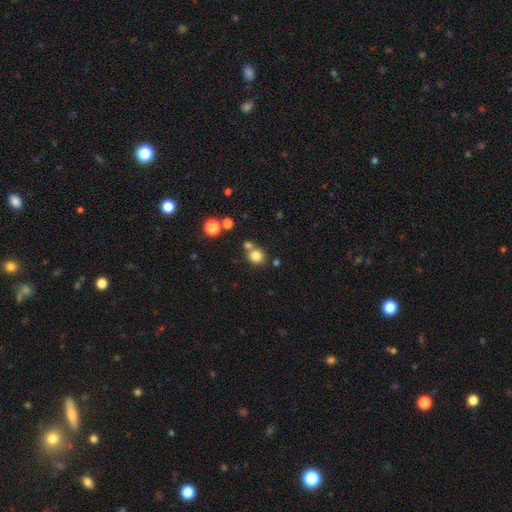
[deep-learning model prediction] A smooth galaxy with no disk features (80%) that is round (80%).

Vote fractions:
- Smooth or featured? smooth: 80% / star or artifact: 12% / featured or disk: 8%
- How rounded? round: 80% / in between: 19% / cigar-shaped: 1%
- Merging? none: 62% / merger: 25% / minor disturbance: 10% / major disturbance: 3%